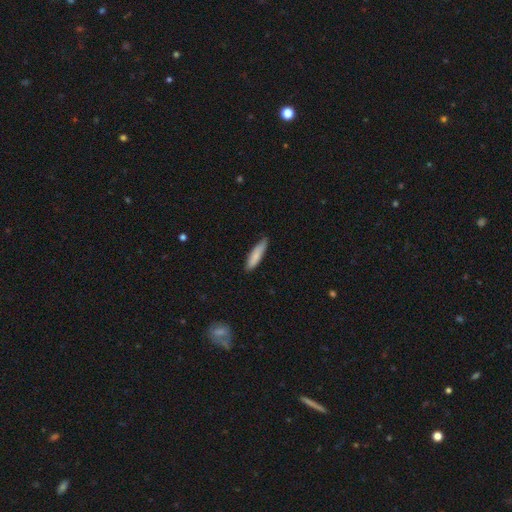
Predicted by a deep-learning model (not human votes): A smooth galaxy with no disk features (83%) that is cigar-shaped (75%). Merging: none (81%).